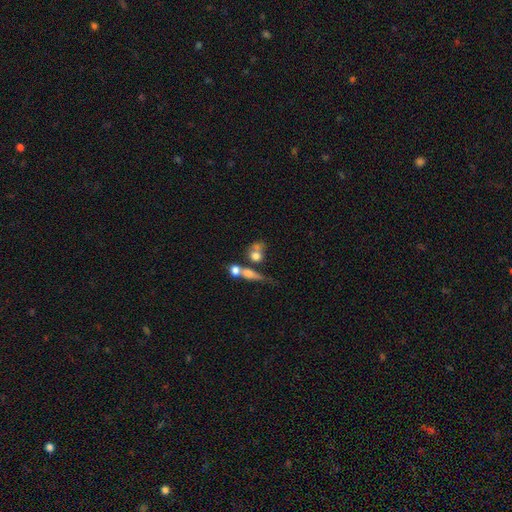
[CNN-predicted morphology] A smooth galaxy with no disk features (63%) that is round (58%). Merging: merger (49%).